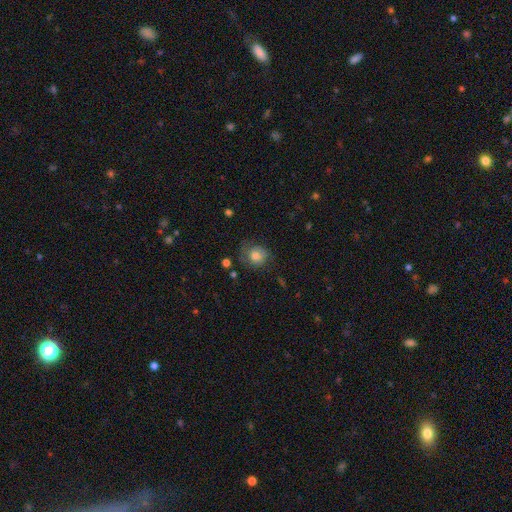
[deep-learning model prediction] Smooth or featured? Predicted: smooth (p=0.73). How rounded? Predicted: round (p=0.80). Merging? Predicted: none (p=0.61).